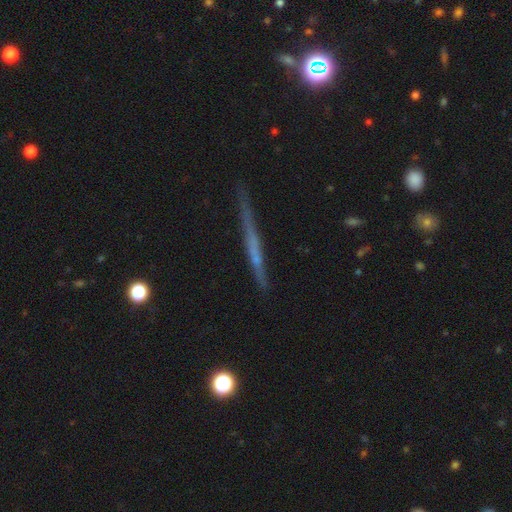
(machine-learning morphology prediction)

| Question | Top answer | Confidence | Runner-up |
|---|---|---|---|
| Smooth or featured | featured or disk | 55% | smooth (35%) |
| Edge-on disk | yes | 96% | no (4%) |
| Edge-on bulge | none | 83% | rounded (12%) |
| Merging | none | 84% | minor disturbance (12%) |